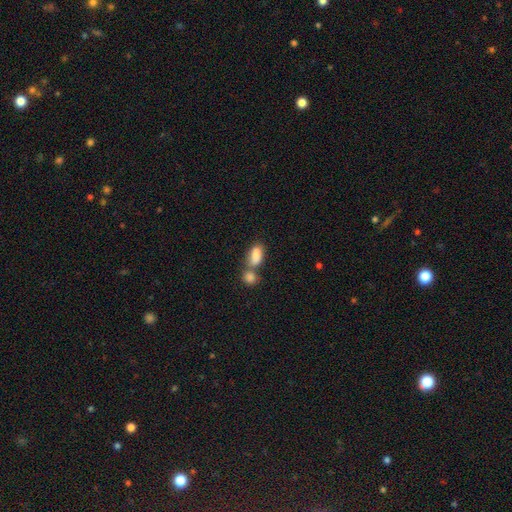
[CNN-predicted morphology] A smooth galaxy with no disk features (84%) that is in between round and cigar-shaped (87%). Merging: merger (56%).